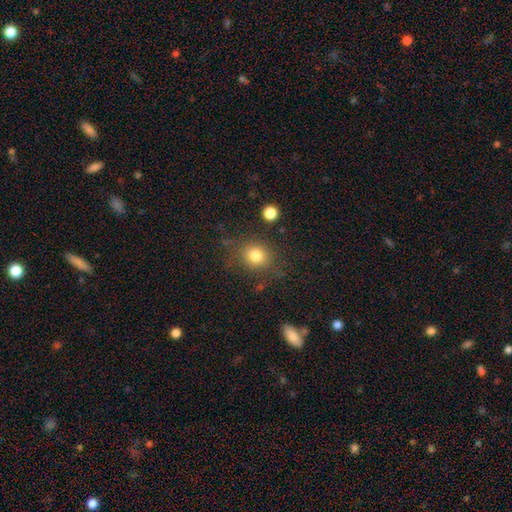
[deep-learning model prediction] A smooth galaxy with no disk features (80%) that is round (78%).

Vote fractions:
- Smooth or featured? smooth: 80% / star or artifact: 13% / featured or disk: 8%
- How rounded? round: 78% / in between: 21% / cigar-shaped: 1%
- Merging? none: 76% / minor disturbance: 14% / major disturbance: 6% / merger: 3%